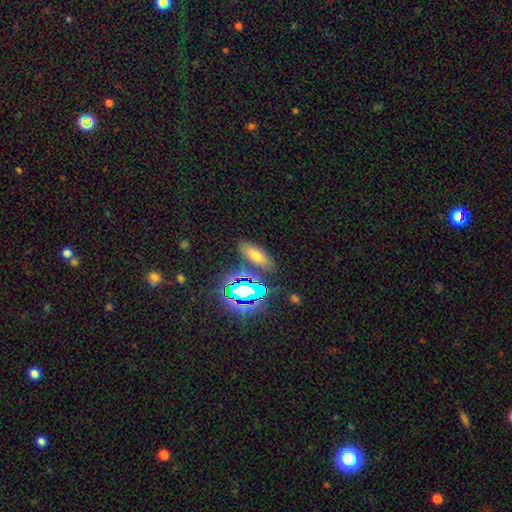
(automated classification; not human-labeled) Smooth or featured? Predicted: smooth (p=0.62). How rounded? Predicted: in between (p=0.75). Merging? Predicted: none (p=0.81).